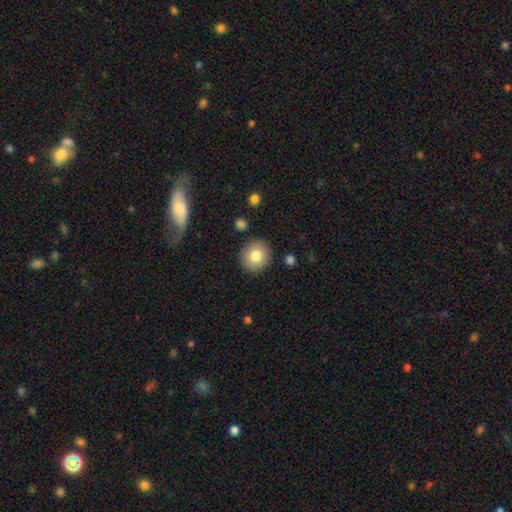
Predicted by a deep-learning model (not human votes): This appears to be a smooth galaxy with no disk features (80%) that is round (86%). Merging: none (88%).